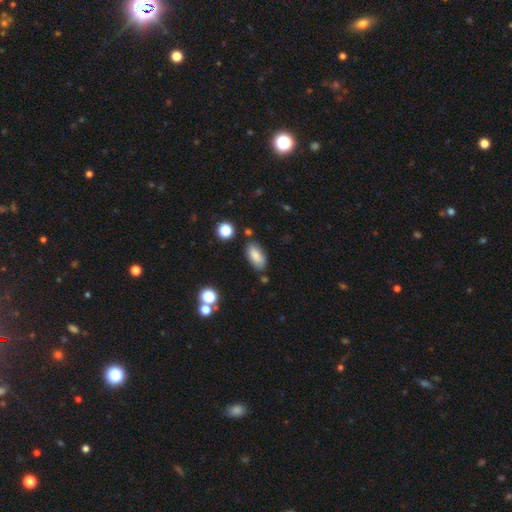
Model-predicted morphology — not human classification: Q: Smooth or featured?
A: smooth (82%); runner-up: featured or disk (10%)
Q: How rounded?
A: in between (89%); runner-up: cigar-shaped (7%)
Q: Merging?
A: none (76%); runner-up: minor disturbance (16%)